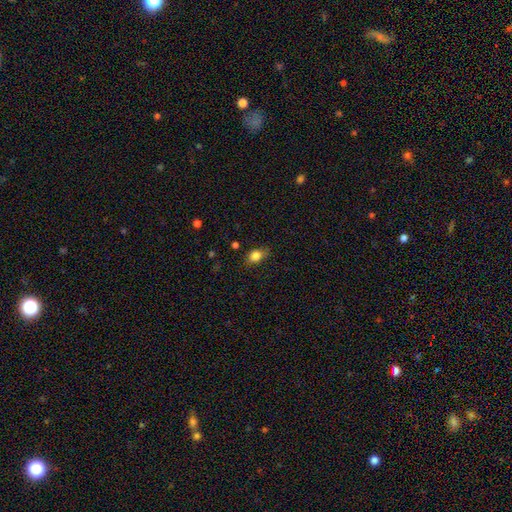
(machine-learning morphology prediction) Overall: smooth (82%). How rounded: in between (67%; round 30%). Merging: none (69%).